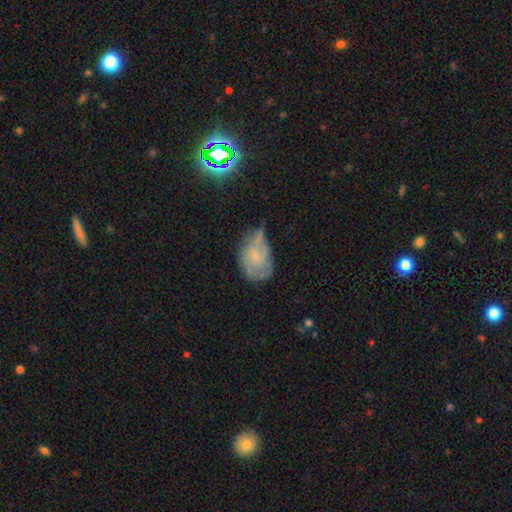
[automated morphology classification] This appears to be a featured or disk galaxy (58%) with no bar (74%), spiral arms (77%) and a small central bulge (63%). Merging: minor disturbance (37%).